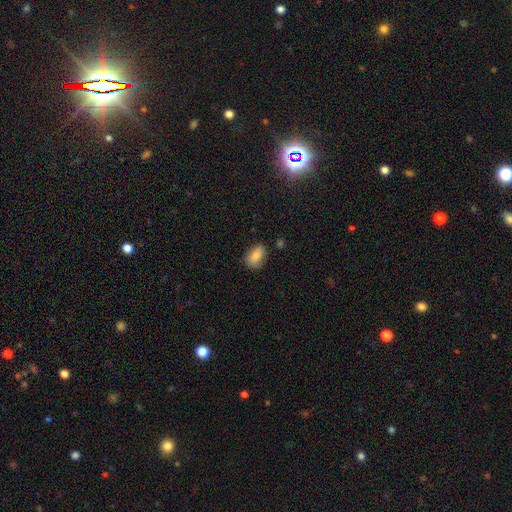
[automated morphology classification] A smooth galaxy with no disk features (85%) that is in between round and cigar-shaped (88%). Merging: none (74%).